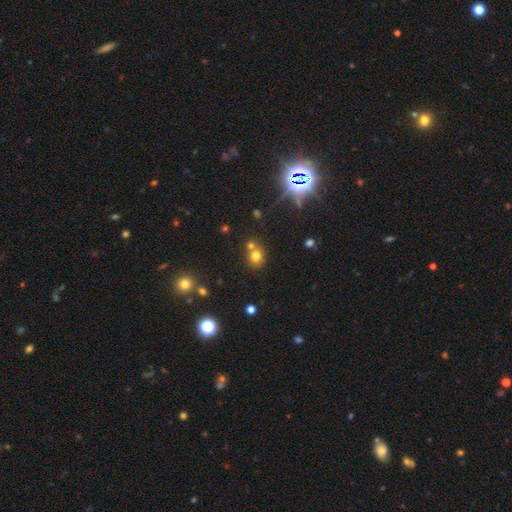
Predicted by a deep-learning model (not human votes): Smooth or featured?
  - smooth: 71% *
  - star or artifact: 19%
  - featured or disk: 10%
How rounded?
  - round: 74% *
  - in between: 25%
  - cigar-shaped: 1%
Merging?
  - none: 55% *
  - merger: 32%
  - minor disturbance: 9%
  - major disturbance: 3%